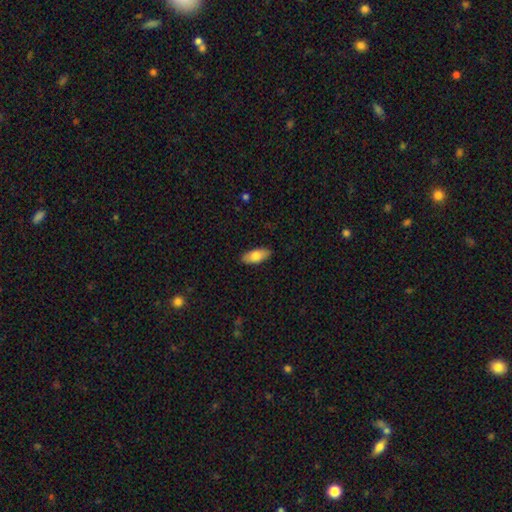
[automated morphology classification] smooth_or_featured: smooth (p=0.77) [alt: featured or disk p=0.17]
how_rounded: in between (p=0.85) [alt: cigar-shaped p=0.12]
merging: none (p=0.89) [alt: minor disturbance p=0.08]